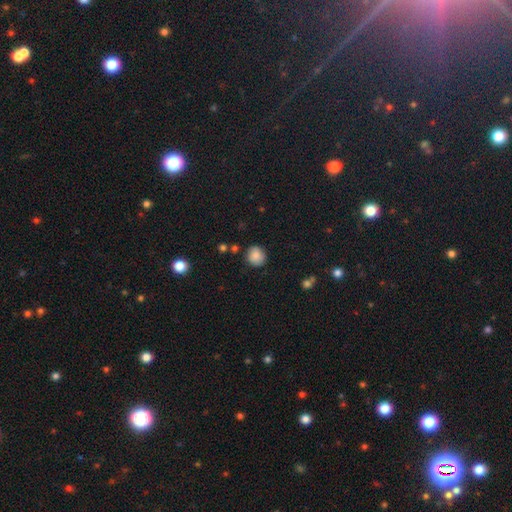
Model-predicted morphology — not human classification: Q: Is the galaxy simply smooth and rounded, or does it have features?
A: smooth — 84%.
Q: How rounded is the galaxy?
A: round — 89%.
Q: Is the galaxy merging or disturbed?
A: none — 84%.